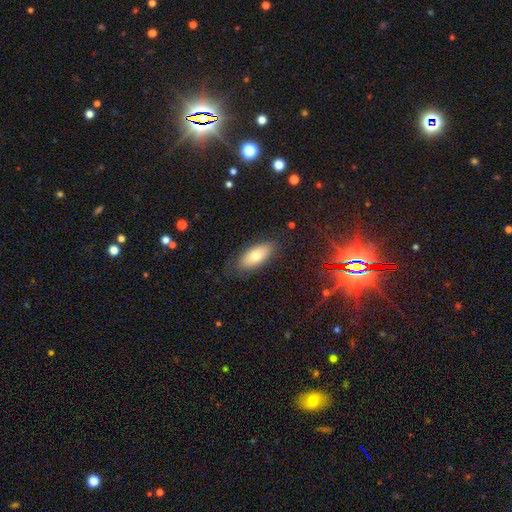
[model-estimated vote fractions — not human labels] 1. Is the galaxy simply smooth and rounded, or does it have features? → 74% smooth, 18% featured or disk, 8% star or artifact.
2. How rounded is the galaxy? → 85% in between, 12% cigar-shaped, 3% round.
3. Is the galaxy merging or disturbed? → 78% none, 16% minor disturbance, 4% major disturbance, 1% merger.